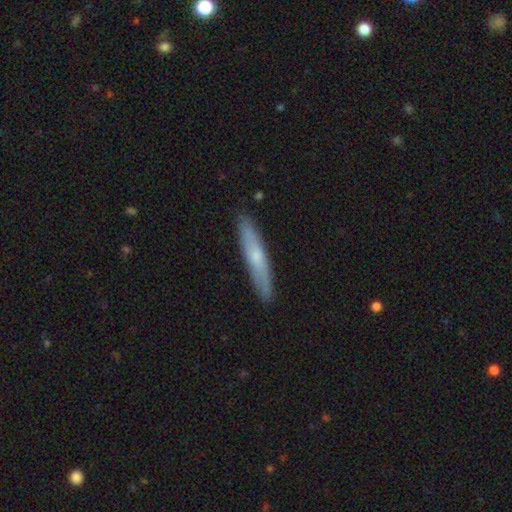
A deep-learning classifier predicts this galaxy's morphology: This appears to be a smooth galaxy with no disk features (54%) that is cigar-shaped (92%). Merging: none (89%).